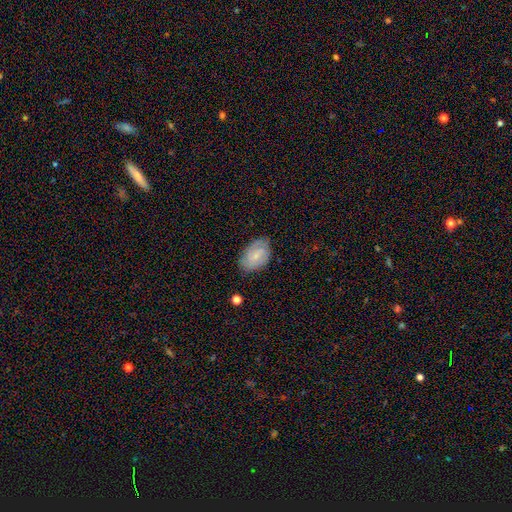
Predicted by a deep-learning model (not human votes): Smooth or featured? Predicted: smooth (p=0.55). How rounded? Predicted: in between (p=0.89). Merging? Predicted: none (p=0.72).